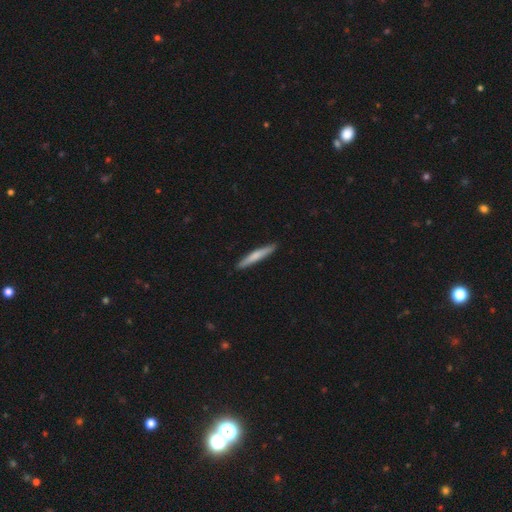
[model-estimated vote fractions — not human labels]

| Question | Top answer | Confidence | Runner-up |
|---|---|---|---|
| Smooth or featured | smooth | 68% | featured or disk (27%) |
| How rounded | cigar-shaped | 95% | in between (3%) |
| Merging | none | 91% | minor disturbance (6%) |